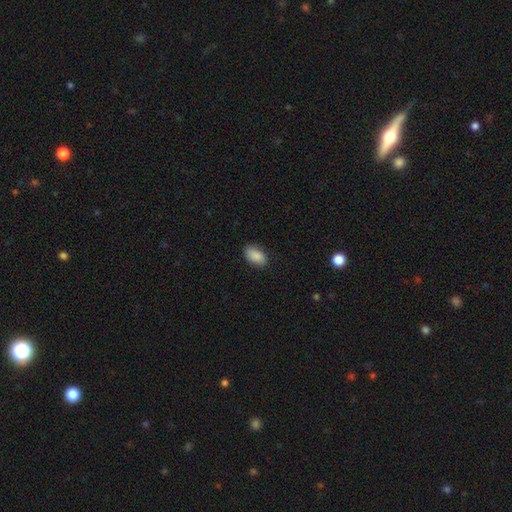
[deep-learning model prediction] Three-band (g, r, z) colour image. It shows a smooth galaxy with no disk features (88%) that is in between round and cigar-shaped (93%). Merging: none (84%).